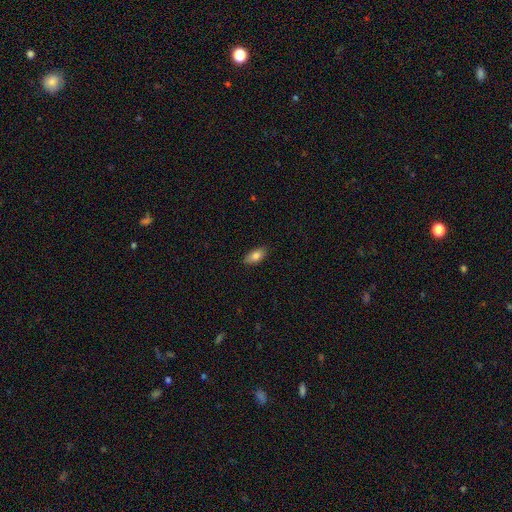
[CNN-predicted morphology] The model was most divided on "smooth or featured": smooth: 82%, featured or disk: 11%, star or artifact: 7%. More confident: how rounded — in between (88%); merging — none (84%).